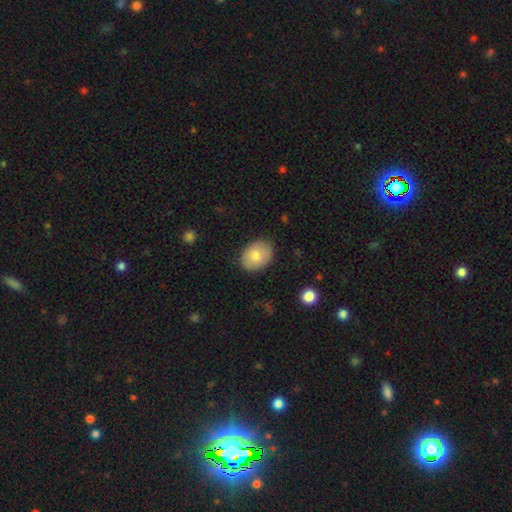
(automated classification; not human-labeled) Smooth or featured? smooth (78%)
How rounded? in between (72%)
Merging? none (84%)